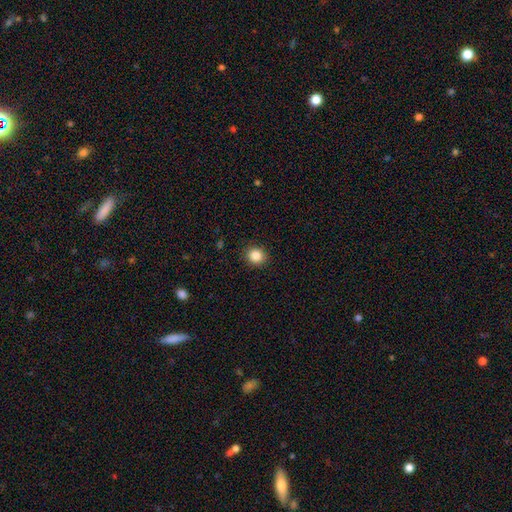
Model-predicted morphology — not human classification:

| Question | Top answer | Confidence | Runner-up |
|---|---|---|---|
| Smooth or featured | smooth | 86% | star or artifact (10%) |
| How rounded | round | 85% | in between (14%) |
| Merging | none | 91% | minor disturbance (6%) |